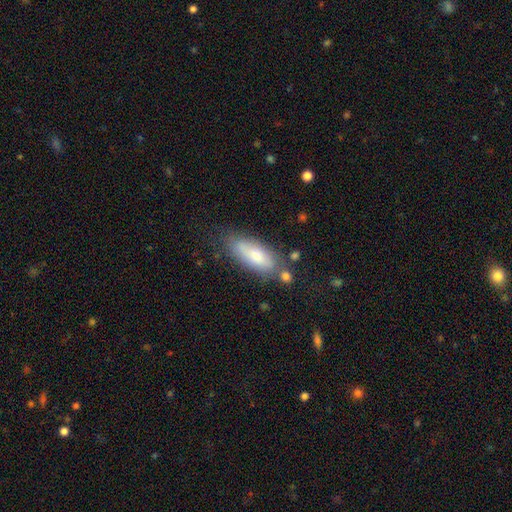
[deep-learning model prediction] A smooth galaxy with no disk features (72%) that is in between round and cigar-shaped (74%). Merging: none (65%).